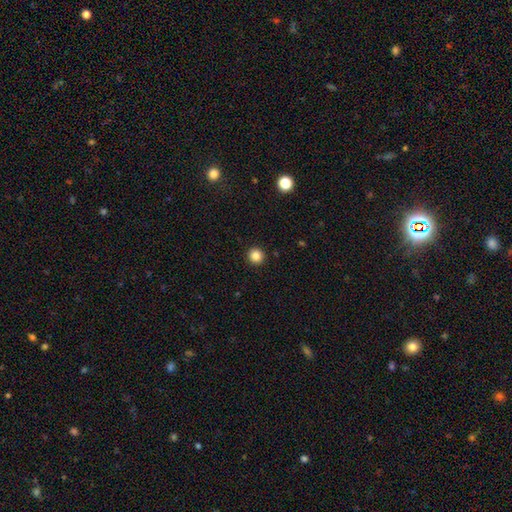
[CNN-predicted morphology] A smooth galaxy with no disk features (85%) that is round (96%). Merging: none (93%).